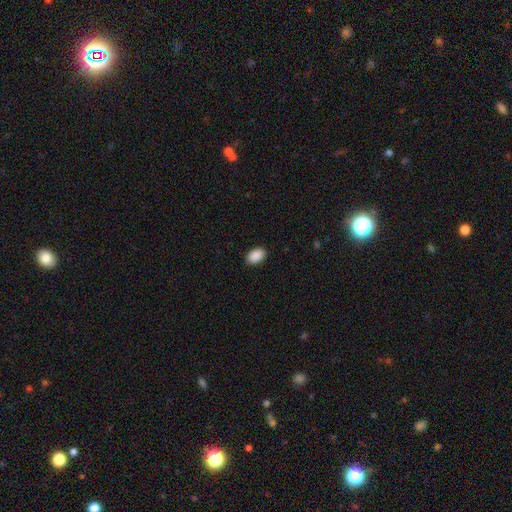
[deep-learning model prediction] Smooth or featured: smooth — 91% (star or artifact — 7%)
How rounded: in between — 90% (round — 9%)
Merging: none — 90% (minor disturbance — 7%)